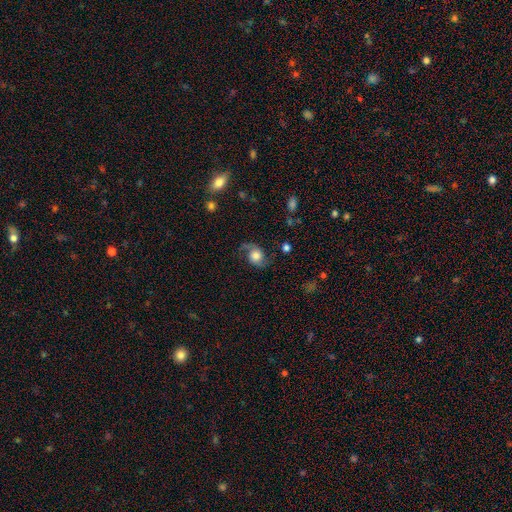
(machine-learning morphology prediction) A featured or disk galaxy (64%) with no bar (73%), 2 (88%) loose (59%) spiral arms (93%) and a large central bulge (45%). Merging: none (68%).